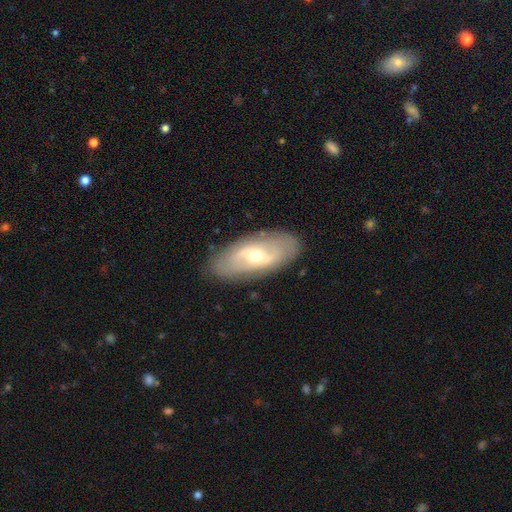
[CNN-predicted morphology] Smooth or featured? featured or disk (67%)
Edge-on disk? no (88%)
Bar? weak (42%)
Spiral arms? yes (60%)
Bulge size? moderate (55%)
Merging? none (85%)